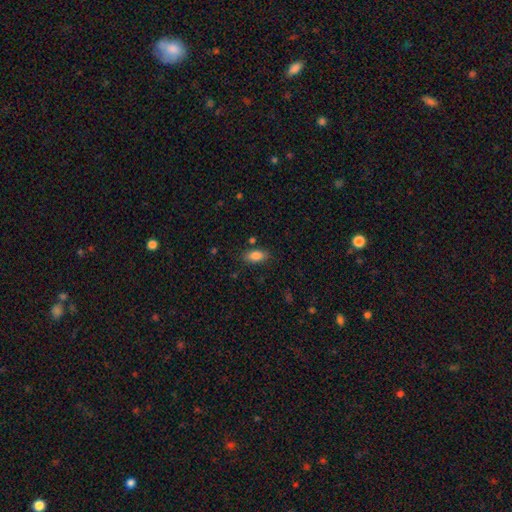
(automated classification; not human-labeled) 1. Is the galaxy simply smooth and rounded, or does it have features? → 85% smooth, 8% star or artifact, 7% featured or disk.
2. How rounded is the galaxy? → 90% in between, 6% cigar-shaped, 4% round.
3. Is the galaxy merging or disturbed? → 82% none, 12% minor disturbance, 3% merger, 3% major disturbance.